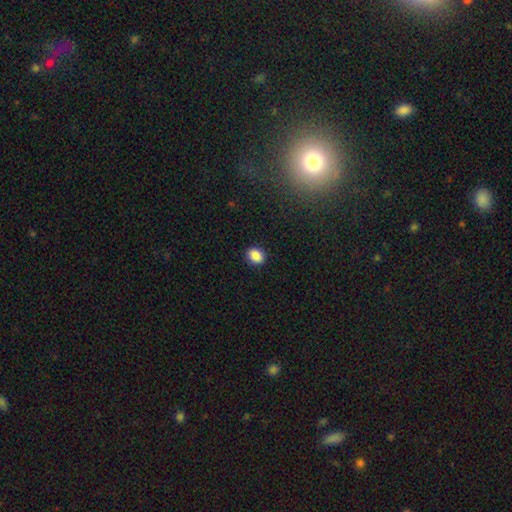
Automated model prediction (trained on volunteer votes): Smooth or featured? Predicted: smooth (p=0.88). How rounded? Predicted: in between (p=0.60). Merging? Predicted: none (p=0.89).